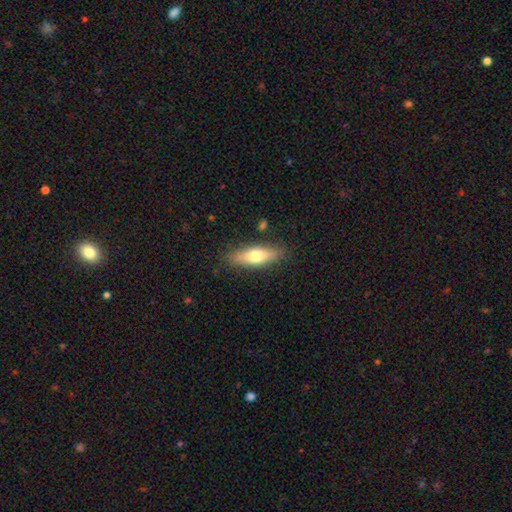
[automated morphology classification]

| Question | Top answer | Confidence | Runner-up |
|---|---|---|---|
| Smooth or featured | smooth | 65% | featured or disk (29%) |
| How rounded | in between | 51% | cigar-shaped (47%) |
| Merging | none | 84% | minor disturbance (11%) |